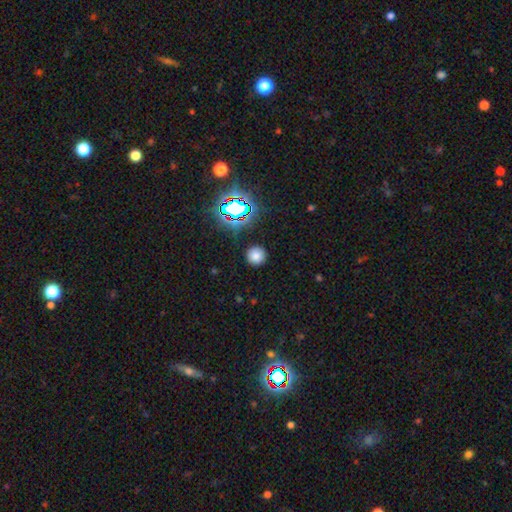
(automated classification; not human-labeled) Morphology: type=smooth (74%); roundness=round (94%); merging=none (89%).